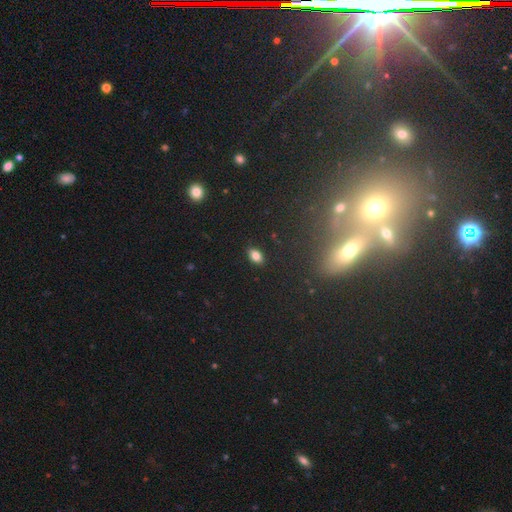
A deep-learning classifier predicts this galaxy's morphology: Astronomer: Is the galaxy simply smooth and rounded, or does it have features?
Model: smooth — 83%.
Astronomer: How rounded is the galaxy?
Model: in between — 89%.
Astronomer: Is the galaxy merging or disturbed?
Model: none — 88%.